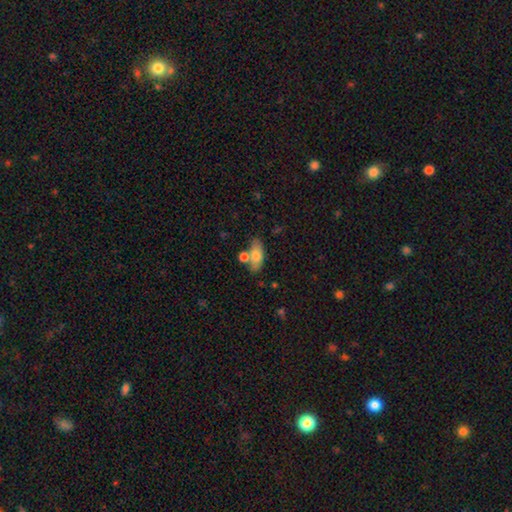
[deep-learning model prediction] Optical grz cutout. It shows a smooth galaxy with no disk features (75%) that is in between round and cigar-shaped (82%). Merging: none (61%).